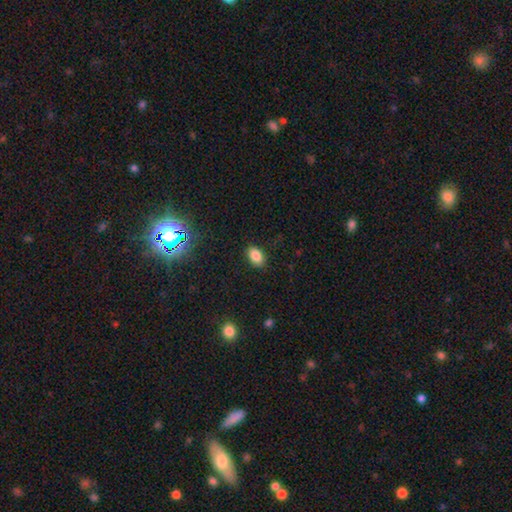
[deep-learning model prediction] smooth 84%, star or artifact 11%, featured or disk 5%. Down the decision tree: how rounded — in between (89%); merging — none (86%).